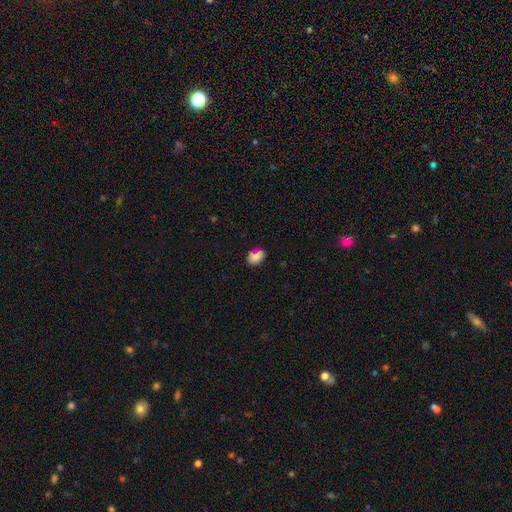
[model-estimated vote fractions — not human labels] Overall: smooth (80%). How rounded: in between (69%). Merging: none (71%).